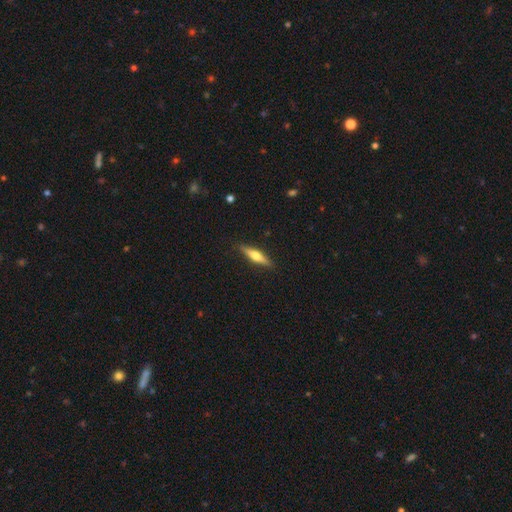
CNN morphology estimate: Overall: featured or disk (55%; smooth 39%). Edge-on disk: yes (96%). Edge-on bulge: rounded (91%). Merging: none (89%).